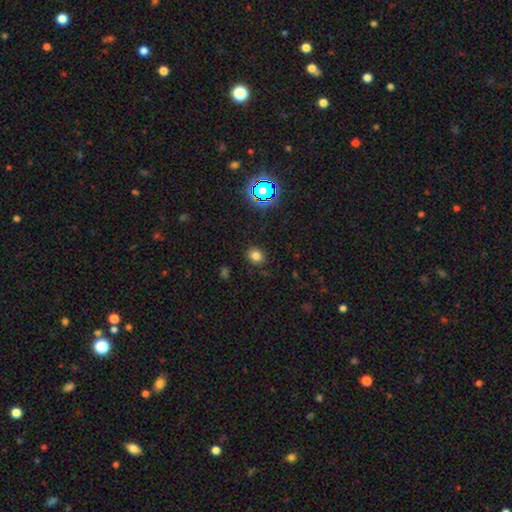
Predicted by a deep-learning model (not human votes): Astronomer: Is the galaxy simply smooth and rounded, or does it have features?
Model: smooth — 76%.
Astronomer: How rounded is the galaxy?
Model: round — 70%.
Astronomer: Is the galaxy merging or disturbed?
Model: none — 87%.